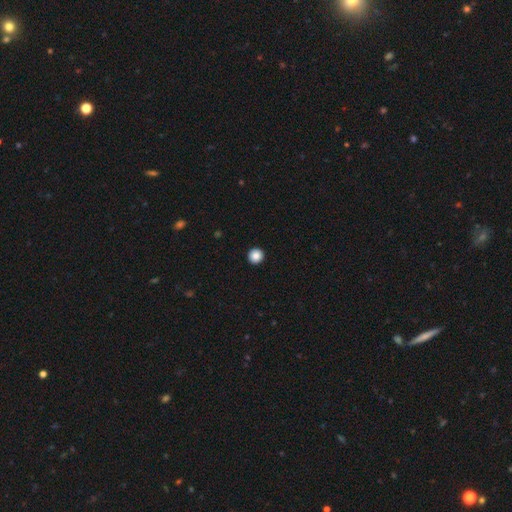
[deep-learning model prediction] smooth 87%, star or artifact 9%, featured or disk 3%. Down the decision tree: how rounded — round (96%); merging — none (94%).